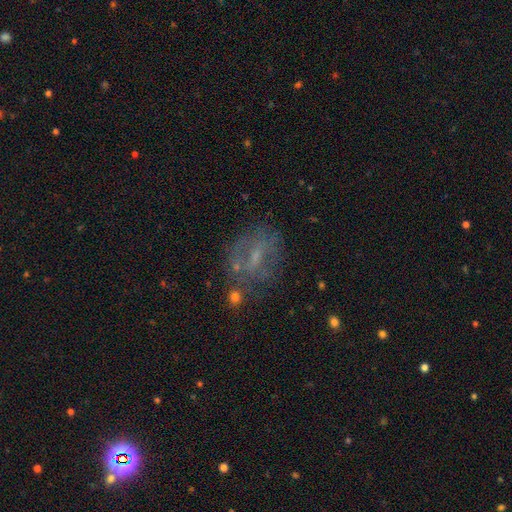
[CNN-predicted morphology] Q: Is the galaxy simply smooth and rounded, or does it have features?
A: featured or disk — 52%.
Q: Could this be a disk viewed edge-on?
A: no — 93%.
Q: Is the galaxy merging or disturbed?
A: none — 59%.